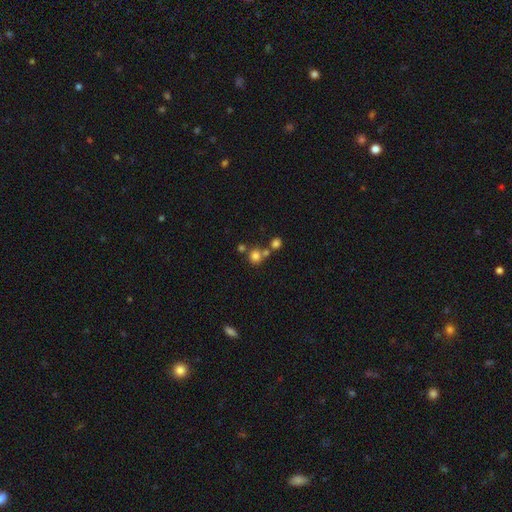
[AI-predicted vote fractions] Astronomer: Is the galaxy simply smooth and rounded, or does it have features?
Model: smooth — 76%.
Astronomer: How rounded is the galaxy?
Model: round — 89%.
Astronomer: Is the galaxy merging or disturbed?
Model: none — 58%.